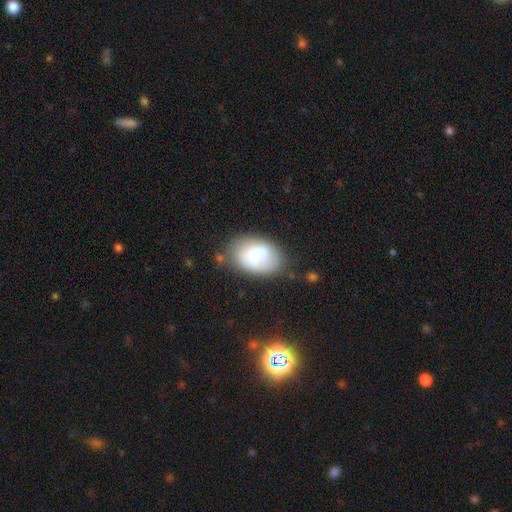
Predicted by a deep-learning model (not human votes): Morphology: type=smooth (73%); roundness=in between (84%); merging=none (61%).